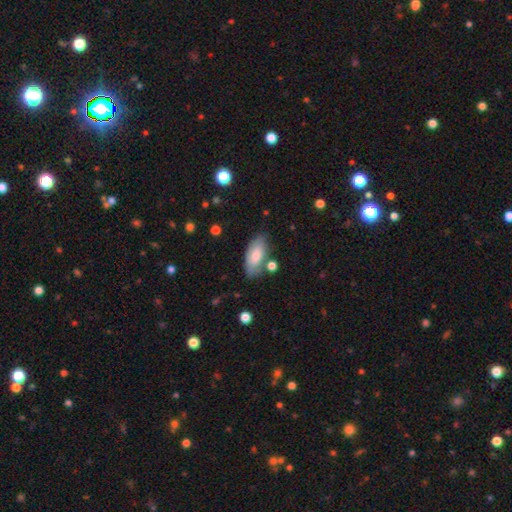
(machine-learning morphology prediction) smooth_or_featured: smooth (p=0.74) [alt: featured or disk p=0.20]
how_rounded: in between (p=0.89) [alt: cigar-shaped p=0.08]
merging: none (p=0.68) [alt: minor disturbance p=0.20]